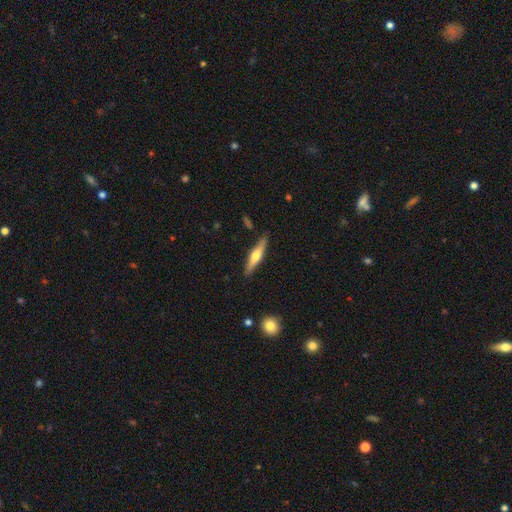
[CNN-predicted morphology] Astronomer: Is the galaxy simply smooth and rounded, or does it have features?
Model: featured or disk — 56% (runner-up: smooth, 38%).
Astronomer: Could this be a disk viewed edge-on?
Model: yes — 95%.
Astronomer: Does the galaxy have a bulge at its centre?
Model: rounded — 89%.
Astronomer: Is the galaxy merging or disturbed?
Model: none — 88%.